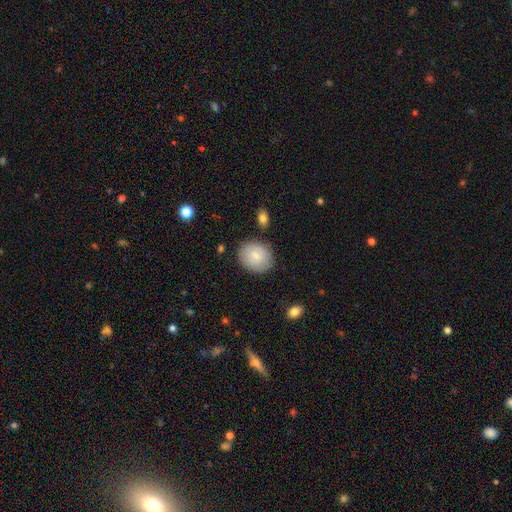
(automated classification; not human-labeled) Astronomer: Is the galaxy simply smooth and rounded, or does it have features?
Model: smooth — 84%.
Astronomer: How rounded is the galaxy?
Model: round — 53% (runner-up: in between, 46%).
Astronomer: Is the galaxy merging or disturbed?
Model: none — 82%.